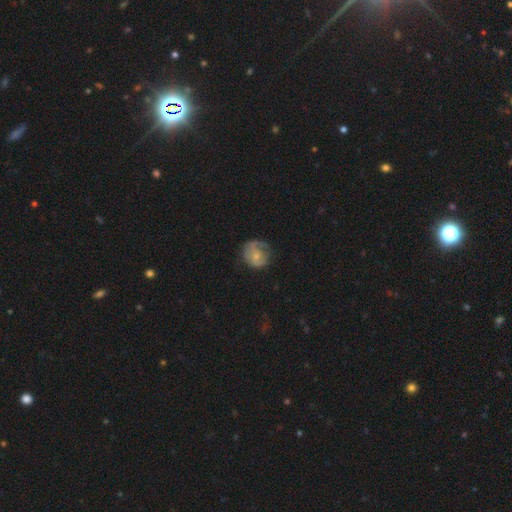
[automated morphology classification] This is possibly a smooth galaxy (50%). How rounded: likely round (77%). Merging: possibly none (50%).